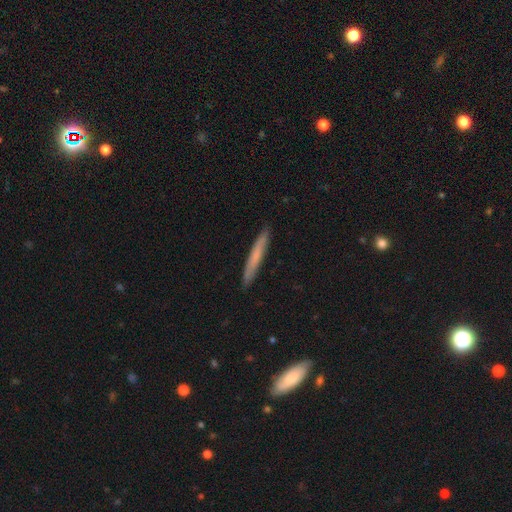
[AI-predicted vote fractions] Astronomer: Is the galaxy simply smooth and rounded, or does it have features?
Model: smooth — 64%.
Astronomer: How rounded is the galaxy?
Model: cigar-shaped — 97%.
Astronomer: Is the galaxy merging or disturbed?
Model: none — 91%.